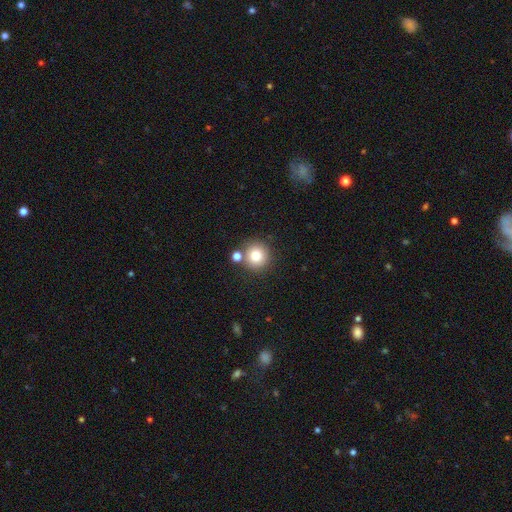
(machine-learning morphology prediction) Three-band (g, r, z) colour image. It shows a smooth galaxy with no disk features (81%) that is round (93%). Merging: none (75%).